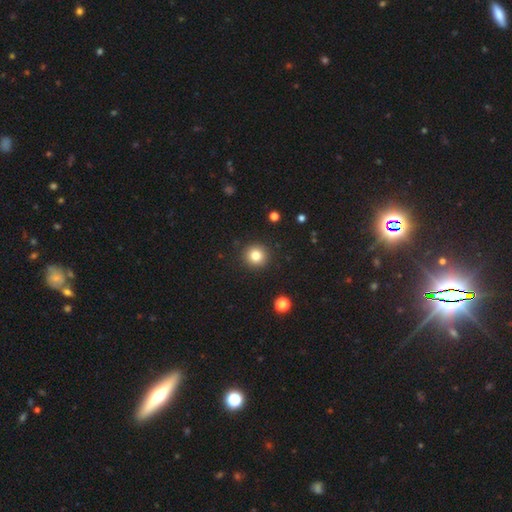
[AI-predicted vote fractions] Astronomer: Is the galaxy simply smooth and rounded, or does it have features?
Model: smooth — 81%.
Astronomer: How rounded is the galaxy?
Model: round — 94%.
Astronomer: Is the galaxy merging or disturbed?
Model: none — 92%.